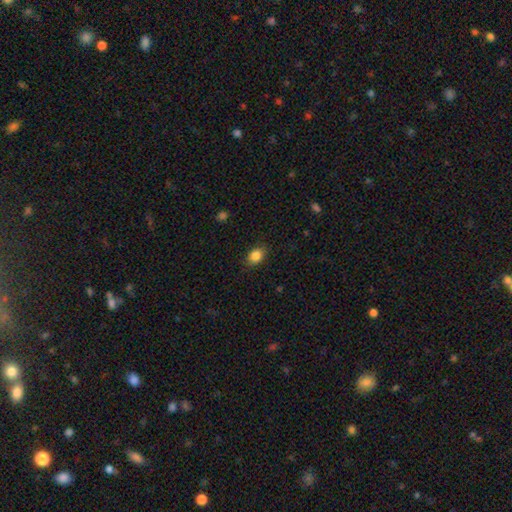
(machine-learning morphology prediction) smooth_or_featured: smooth (p=0.85) [alt: star or artifact p=0.09]
how_rounded: in between (p=0.67) [alt: round p=0.32]
merging: none (p=0.84) [alt: minor disturbance p=0.12]